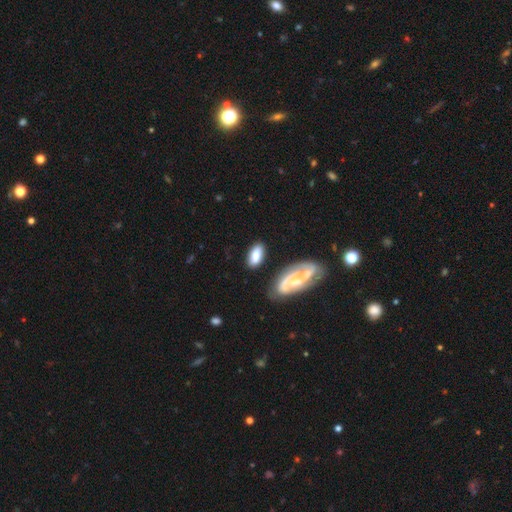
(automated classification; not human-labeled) Smooth or featured: smooth — 73% (featured or disk — 20%)
How rounded: in between — 88% (cigar-shaped — 8%)
Merging: none — 76% (minor disturbance — 14%)